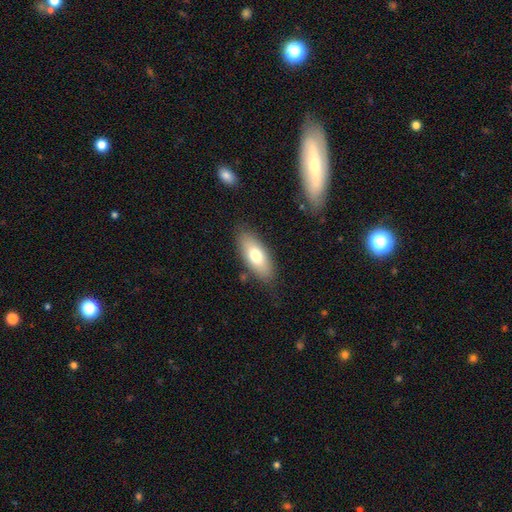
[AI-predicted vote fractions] smooth_or_featured: smooth (p=0.72) [alt: featured or disk p=0.22]
how_rounded: in between (p=0.81) [alt: cigar-shaped p=0.16]
merging: none (p=0.82) [alt: minor disturbance p=0.12]